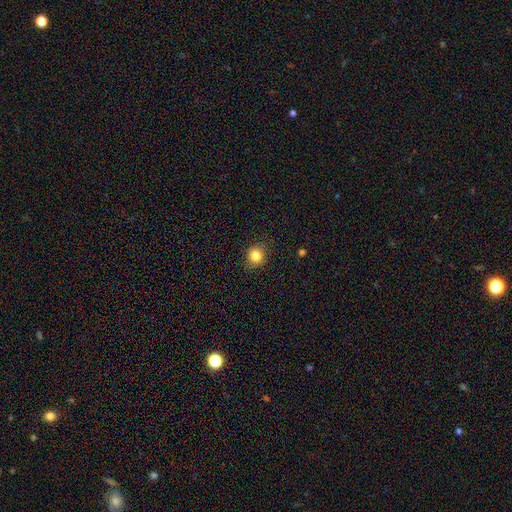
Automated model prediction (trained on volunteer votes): This is clearly a smooth galaxy (83%). How rounded: clearly round (87%). Merging: clearly none (89%).